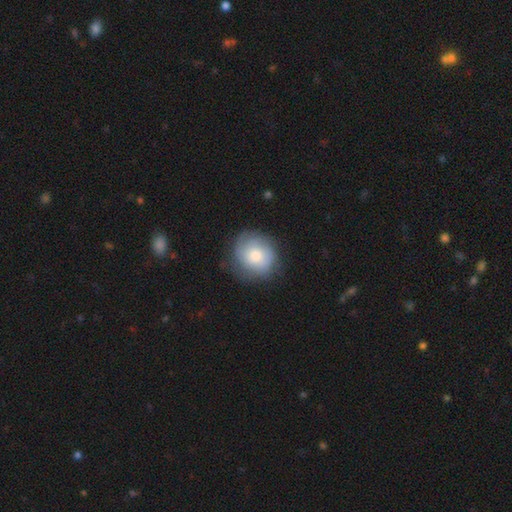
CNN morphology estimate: Smooth or featured? Predicted: smooth (p=0.64). How rounded? Predicted: round (p=0.83). Merging? Predicted: none (p=0.73).